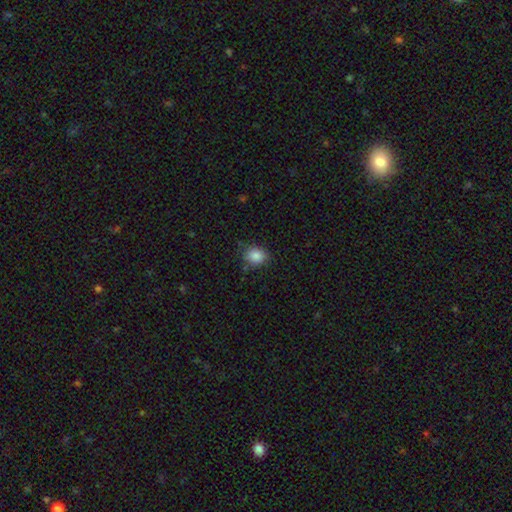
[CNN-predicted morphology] Q: Smooth or featured?
A: smooth (86%); runner-up: star or artifact (9%)
Q: How rounded?
A: round (53%); runner-up: in between (46%)
Q: Merging?
A: none (78%); runner-up: minor disturbance (16%)